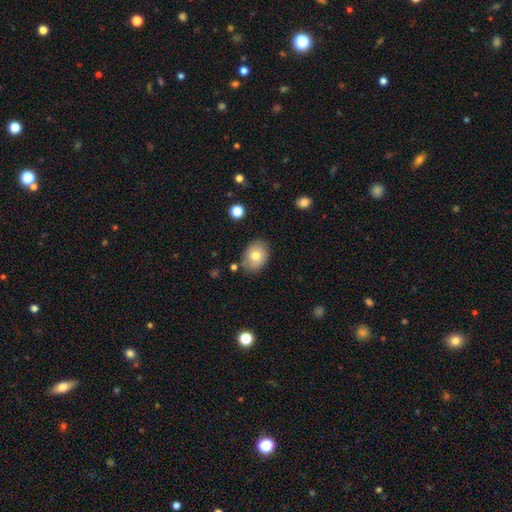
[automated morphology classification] smooth 76%, featured or disk 15%, star or artifact 9%. Down the decision tree: how rounded — in between (68%); merging — none (81%).